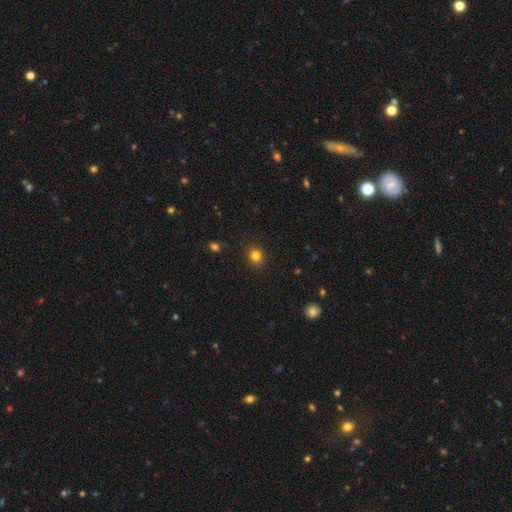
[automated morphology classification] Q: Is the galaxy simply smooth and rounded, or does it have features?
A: smooth — 82%.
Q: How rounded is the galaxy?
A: round — 78%.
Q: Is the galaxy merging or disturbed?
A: none — 89%.